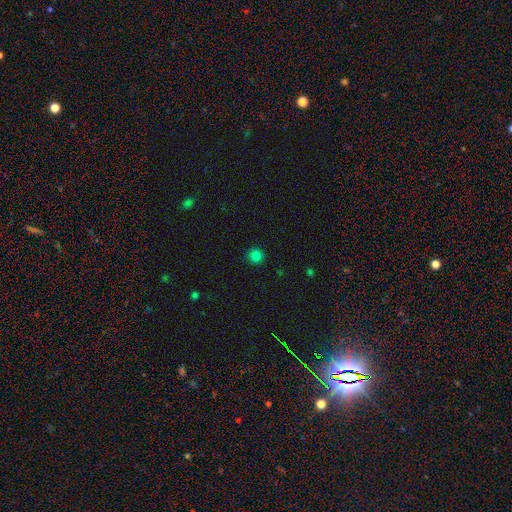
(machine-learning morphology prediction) Smooth or featured: smooth — 82% (star or artifact — 14%)
How rounded: round — 95% (in between — 4%)
Merging: none — 92% (minor disturbance — 5%)